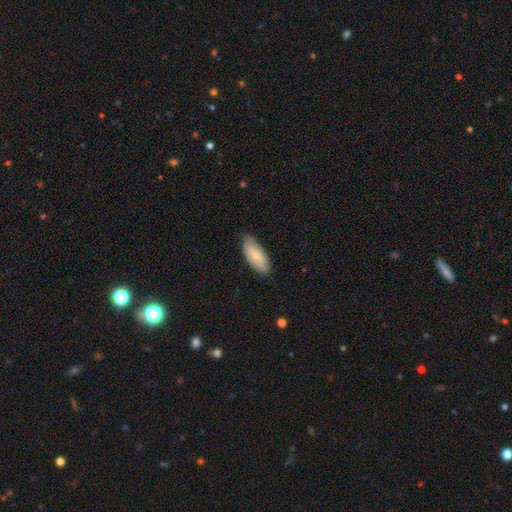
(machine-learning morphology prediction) A smooth galaxy with no disk features (76%) that is in between round and cigar-shaped (85%).

Vote fractions:
- Smooth or featured? smooth: 76% / featured or disk: 18% / star or artifact: 6%
- How rounded? in between: 85% / cigar-shaped: 13% / round: 2%
- Merging? none: 83% / minor disturbance: 14% / major disturbance: 2% / merger: 1%